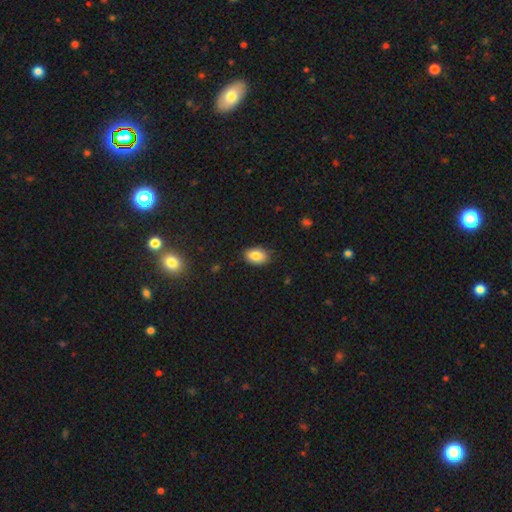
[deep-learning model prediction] Q: Smooth or featured?
A: smooth (85%); runner-up: star or artifact (8%)
Q: How rounded?
A: in between (87%); runner-up: round (12%)
Q: Merging?
A: none (83%); runner-up: minor disturbance (13%)